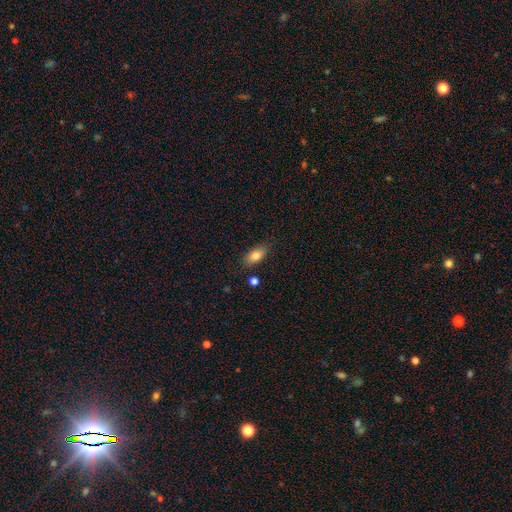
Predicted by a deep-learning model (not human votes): The model was most divided on "smooth or featured": smooth: 81%, featured or disk: 11%, star or artifact: 8%. More confident: how rounded — in between (87%); merging — none (82%).